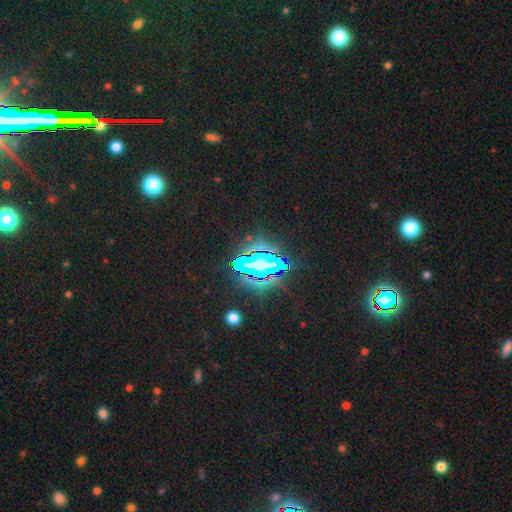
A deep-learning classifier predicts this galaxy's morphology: Overall: star or artifact (84%).